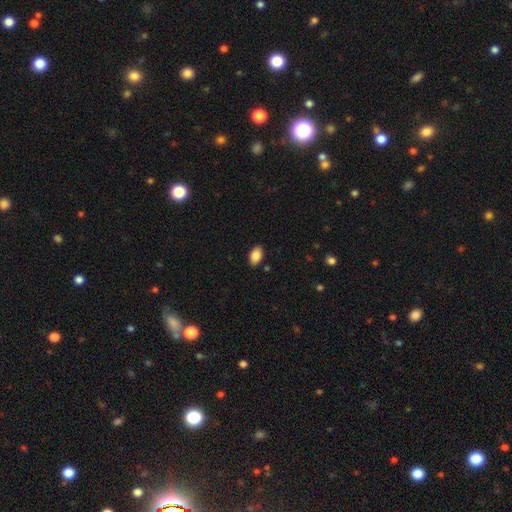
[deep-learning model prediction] Q: Smooth or featured?
A: smooth (87%); runner-up: star or artifact (8%)
Q: How rounded?
A: in between (91%); runner-up: round (8%)
Q: Merging?
A: none (88%); runner-up: minor disturbance (9%)